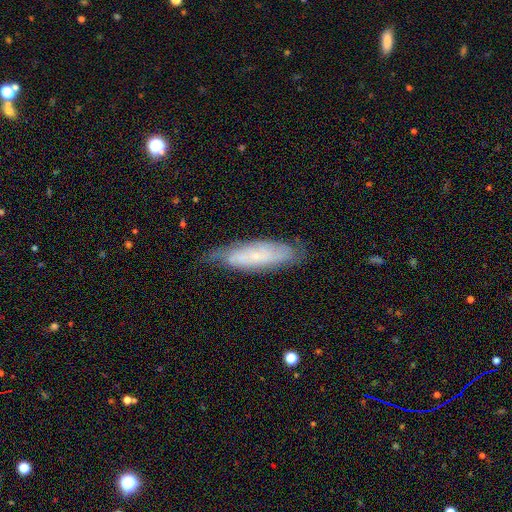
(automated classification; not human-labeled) featured or disk 56%, smooth 36%, star or artifact 8%. Down the decision tree: edge-on disk — no (71%); merging — none (68%).